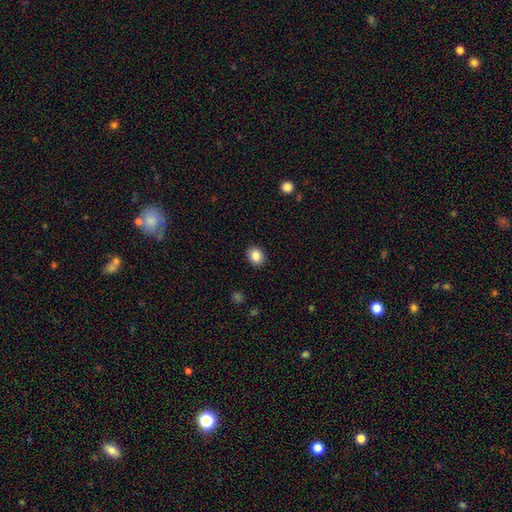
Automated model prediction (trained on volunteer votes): Overall: smooth (85%). How rounded: round (59%; in between 41%). Merging: none (91%).